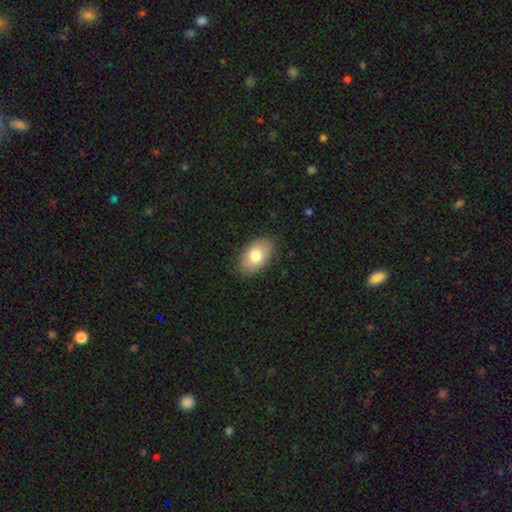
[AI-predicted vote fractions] smooth 79%, featured or disk 14%, star or artifact 7%. Down the decision tree: how rounded — in between (91%); merging — none (85%).